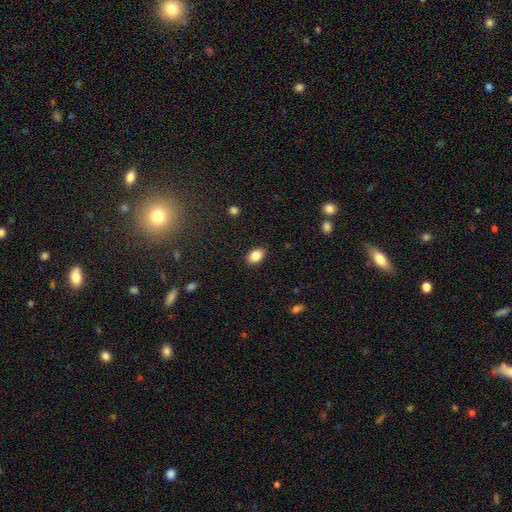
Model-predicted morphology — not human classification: Smooth or featured? smooth (85%)
How rounded? in between (81%)
Merging? none (88%)